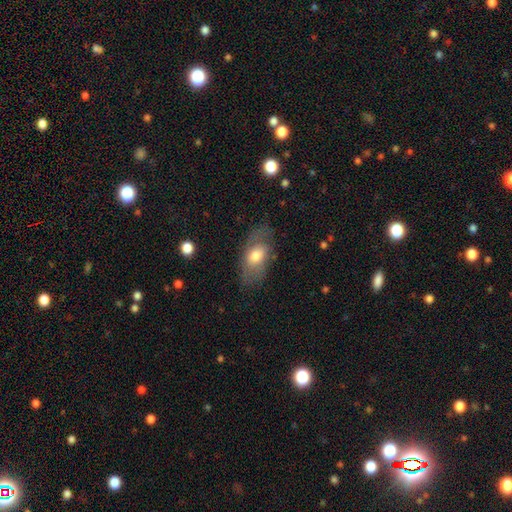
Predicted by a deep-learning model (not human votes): smooth 59%, featured or disk 34%, star or artifact 7%. Down the decision tree: how rounded — in between (88%); merging — none (68%).